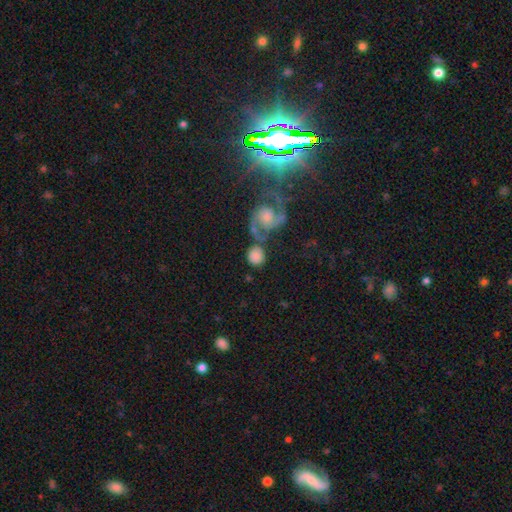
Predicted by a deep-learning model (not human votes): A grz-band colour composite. It shows a smooth galaxy with no disk features (70%) that is round (87%). Merging: none (50%).